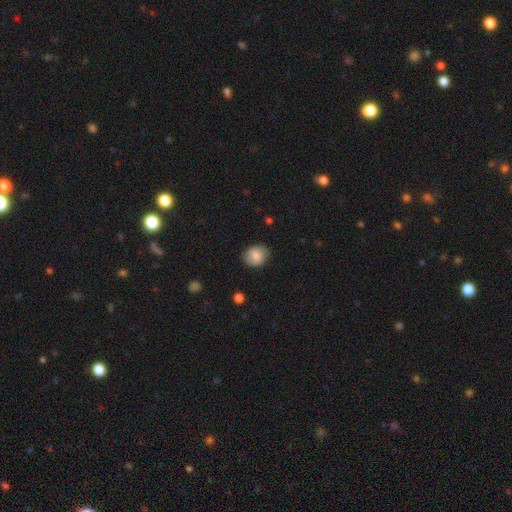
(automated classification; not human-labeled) This is clearly a smooth galaxy (81%). How rounded: possibly round (60%). Merging: clearly none (85%).